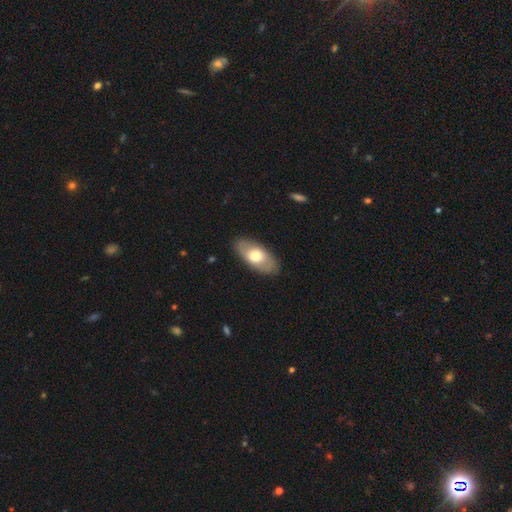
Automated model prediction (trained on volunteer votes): The model was most divided on "smooth or featured": smooth: 61%, featured or disk: 34%, star or artifact: 5%. More confident: how rounded — in between (91%); merging — none (86%).